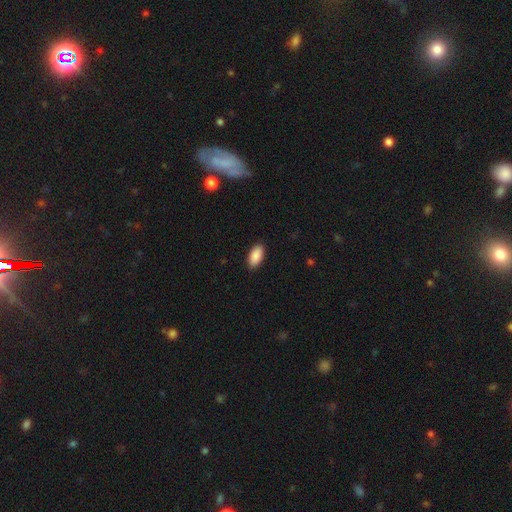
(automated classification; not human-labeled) A smooth galaxy with no disk features (90%) that is in between round and cigar-shaped (95%). Merging: none (89%).